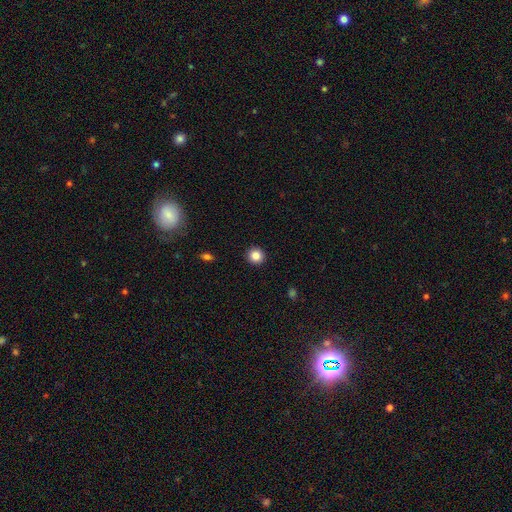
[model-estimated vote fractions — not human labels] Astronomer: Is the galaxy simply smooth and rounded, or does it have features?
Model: smooth — 85%.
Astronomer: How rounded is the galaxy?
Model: round — 93%.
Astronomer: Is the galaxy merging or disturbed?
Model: none — 93%.